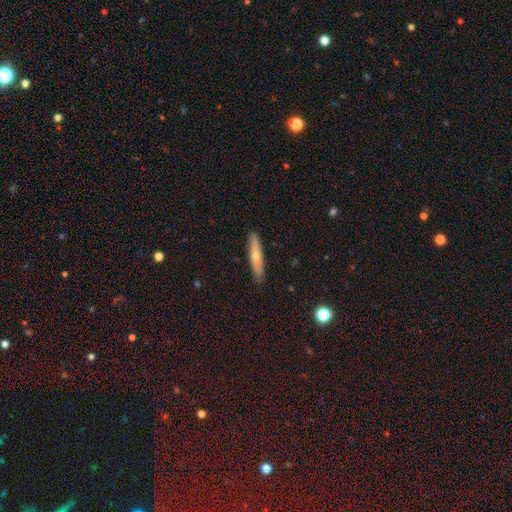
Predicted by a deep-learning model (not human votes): A smooth galaxy with no disk features (48%).

Vote fractions:
- Smooth or featured? smooth: 48% / featured or disk: 45% / star or artifact: 7%
- Merging? none: 89% / minor disturbance: 8% / major disturbance: 2% / merger: 1%